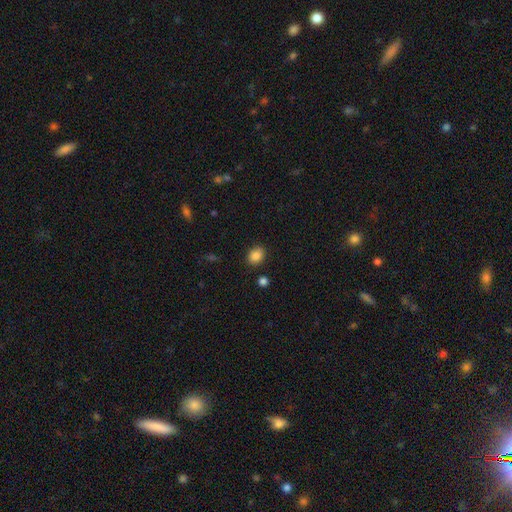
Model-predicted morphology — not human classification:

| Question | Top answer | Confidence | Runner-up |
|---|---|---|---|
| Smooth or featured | smooth | 87% | star or artifact (9%) |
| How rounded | in between | 54% | round (45%) |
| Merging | none | 86% | minor disturbance (9%) |